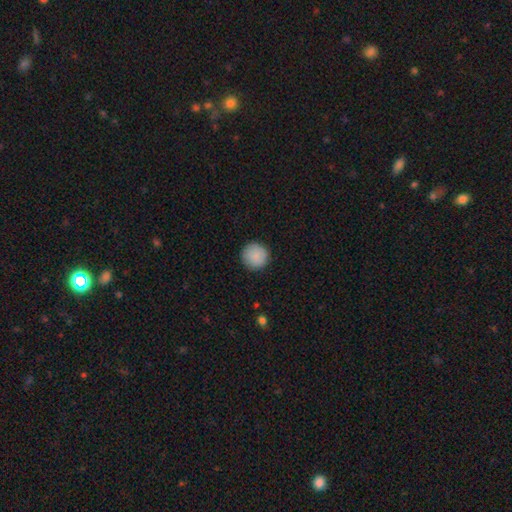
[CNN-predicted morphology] smooth-or-featured: smooth: 89% | star or artifact: 7% | featured or disk: 4%
  how-rounded: round: 96% | in between: 3% | cigar-shaped: 1%
  merging: none: 92% | minor disturbance: 6% | major disturbance: 2% | merger: 1%